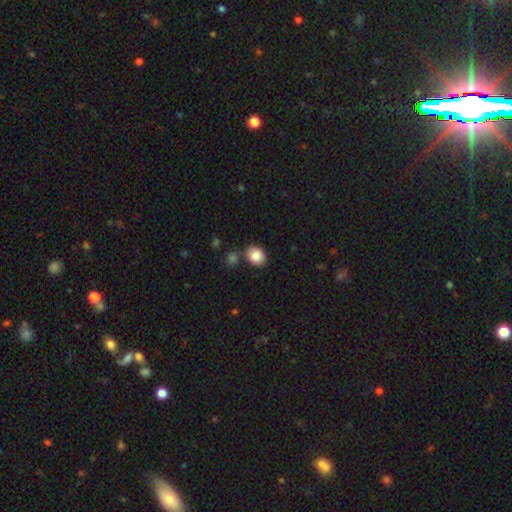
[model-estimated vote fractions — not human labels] A smooth galaxy with no disk features (87%) that is round (54%). Merging: none (77%).